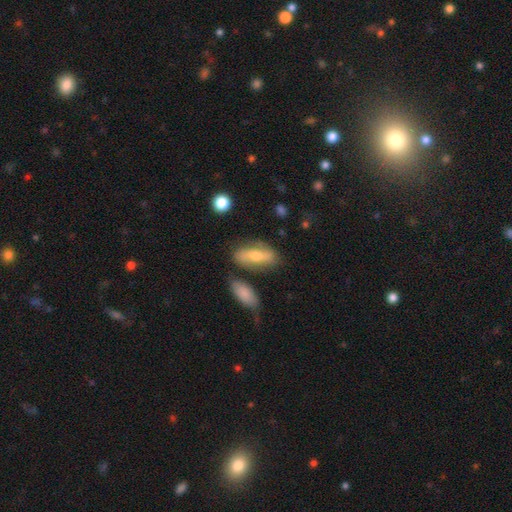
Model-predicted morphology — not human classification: Smooth or featured? smooth (51%)
How rounded? in between (65%)
Merging? none (69%)